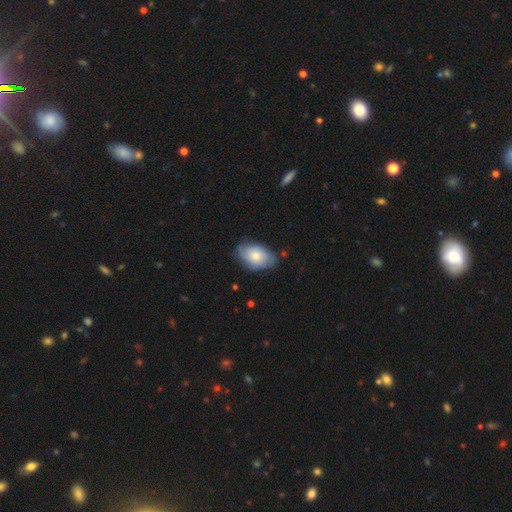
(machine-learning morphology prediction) A smooth galaxy with no disk features (53%) that is in between round and cigar-shaped (89%).

Vote fractions:
- Smooth or featured? smooth: 53% / featured or disk: 41% / star or artifact: 6%
- How rounded? in between: 89% / round: 9% / cigar-shaped: 1%
- Merging? none: 67% / minor disturbance: 25% / major disturbance: 6% / merger: 2%